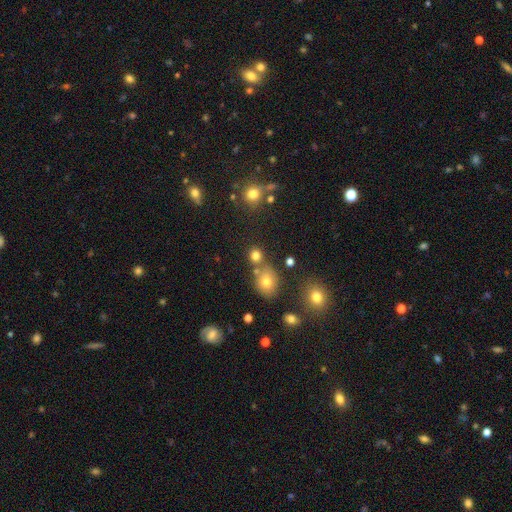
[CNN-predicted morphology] smooth_or_featured: smooth (p=0.75) [alt: star or artifact p=0.17]
how_rounded: round (p=0.82) [alt: in between p=0.17]
merging: none (p=0.66) [alt: merger p=0.20]